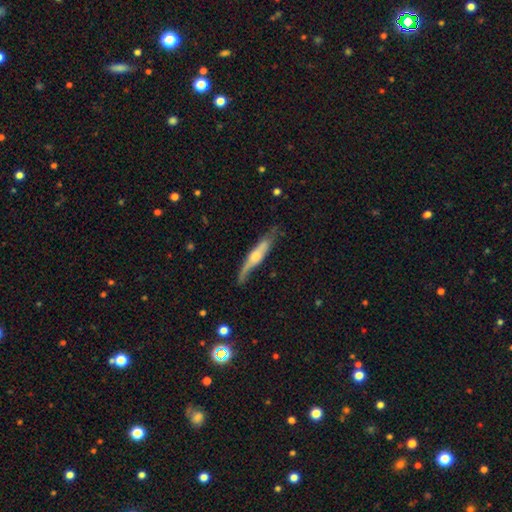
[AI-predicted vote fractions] Morphology: type=featured or disk (59%); edge-on=yes (81%); merging=none (60%).